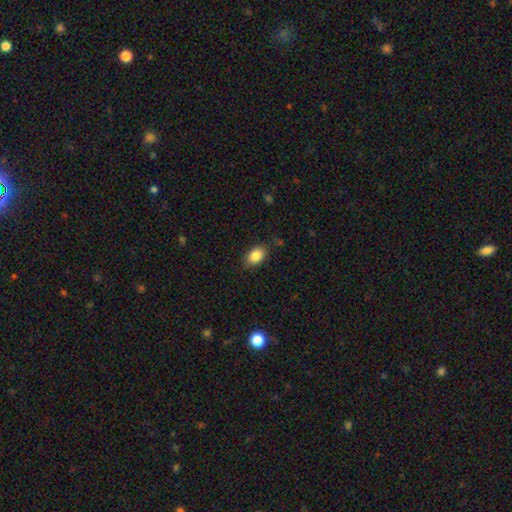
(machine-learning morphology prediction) This is clearly a smooth galaxy (86%). How rounded: clearly in between (85%). Merging: clearly none (83%).